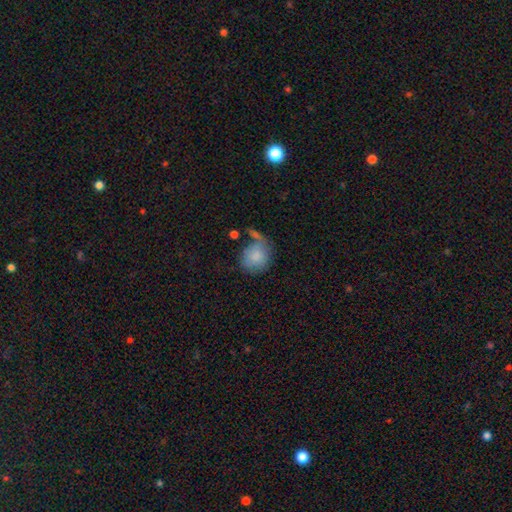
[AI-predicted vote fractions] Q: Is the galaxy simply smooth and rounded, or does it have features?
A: smooth — 81%.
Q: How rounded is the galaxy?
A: round — 69%.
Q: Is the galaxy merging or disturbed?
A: none — 41%.